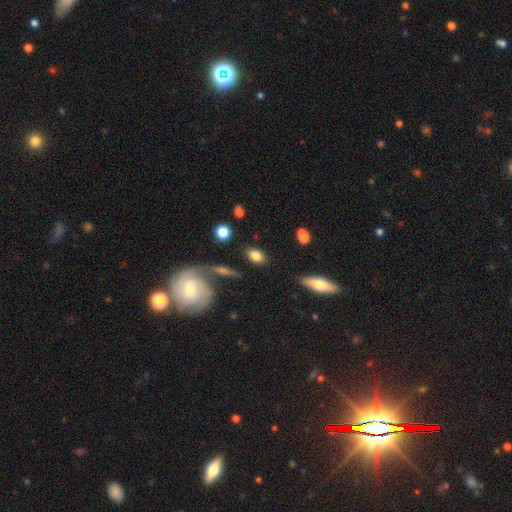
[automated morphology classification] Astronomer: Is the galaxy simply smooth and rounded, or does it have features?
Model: smooth — 79%.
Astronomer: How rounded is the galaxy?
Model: in between — 85%.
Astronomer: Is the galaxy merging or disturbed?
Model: none — 76%.